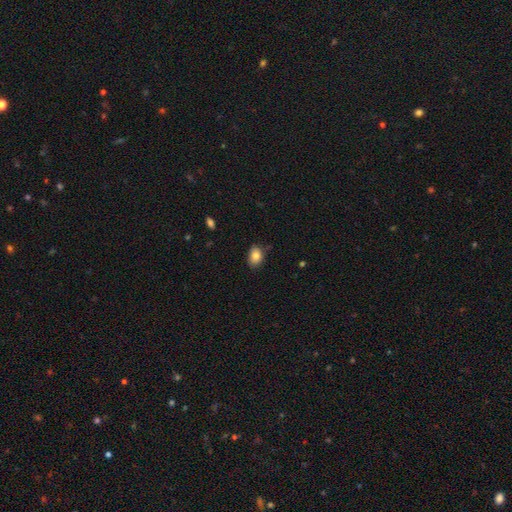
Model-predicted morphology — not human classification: smooth 82%, featured or disk 10%, star or artifact 9%. Down the decision tree: how rounded — in between (76%); merging — none (80%).